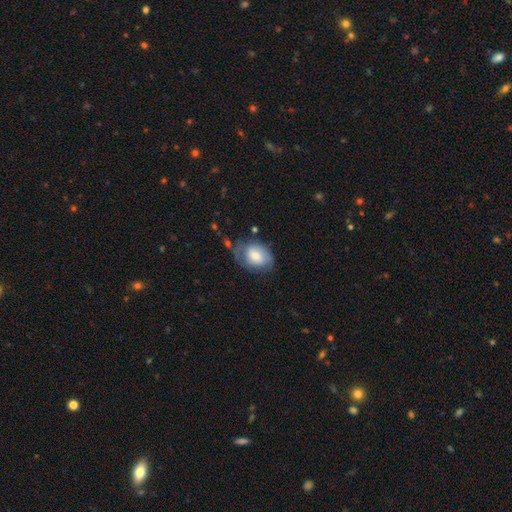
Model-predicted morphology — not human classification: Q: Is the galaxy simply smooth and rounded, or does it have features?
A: smooth — 57%.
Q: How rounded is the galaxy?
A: in between — 71%.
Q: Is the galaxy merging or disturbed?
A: none — 43%.